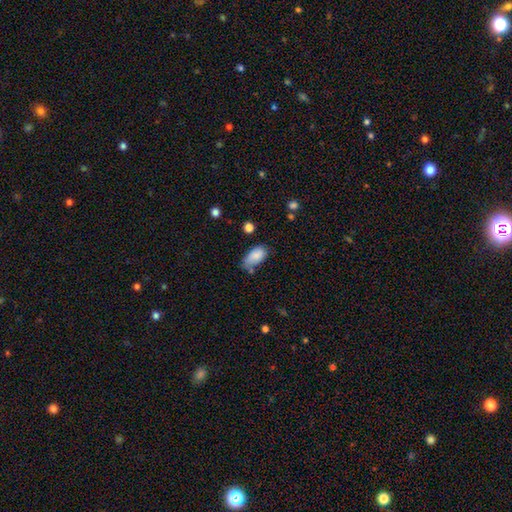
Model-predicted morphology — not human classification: Q: Smooth or featured?
A: smooth (84%); runner-up: featured or disk (8%)
Q: How rounded?
A: in between (93%); runner-up: round (4%)
Q: Merging?
A: none (48%); runner-up: minor disturbance (34%)